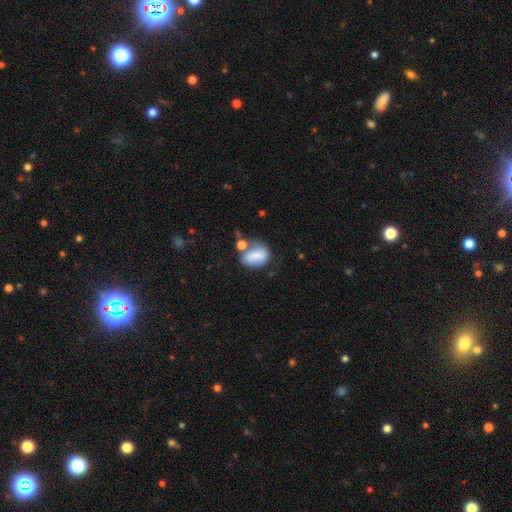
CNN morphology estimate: A smooth galaxy with no disk features (76%) that is in between round and cigar-shaped (74%).

Vote fractions:
- Smooth or featured? smooth: 76% / featured or disk: 15% / star or artifact: 8%
- How rounded? in between: 74% / round: 25% / cigar-shaped: 2%
- Merging? none: 38% / merger: 29% / minor disturbance: 22% / major disturbance: 12%